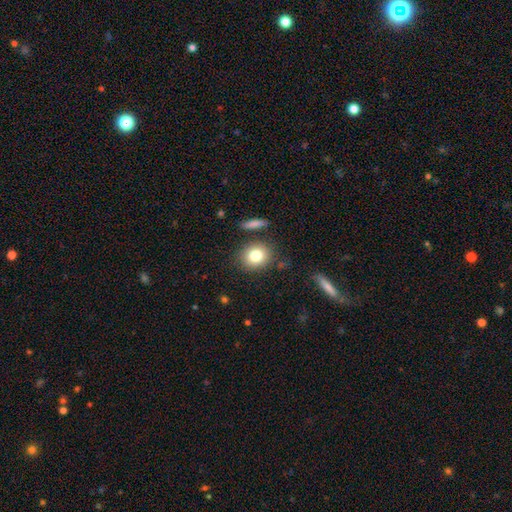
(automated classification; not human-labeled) Overall: smooth (81%). How rounded: round (67%; in between 32%). Merging: none (82%).